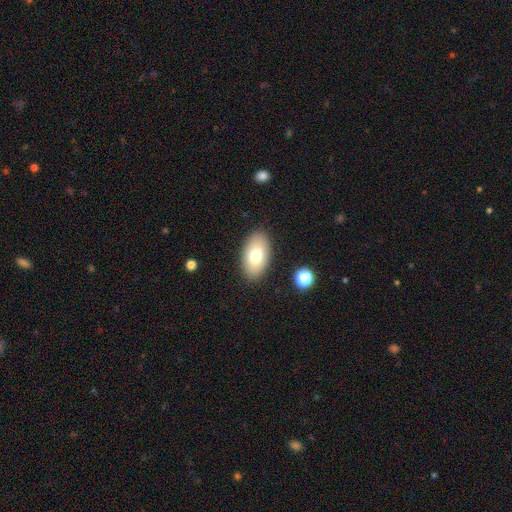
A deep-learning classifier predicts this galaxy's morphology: Smooth or featured? smooth (73%)
How rounded? in between (93%)
Merging? none (88%)